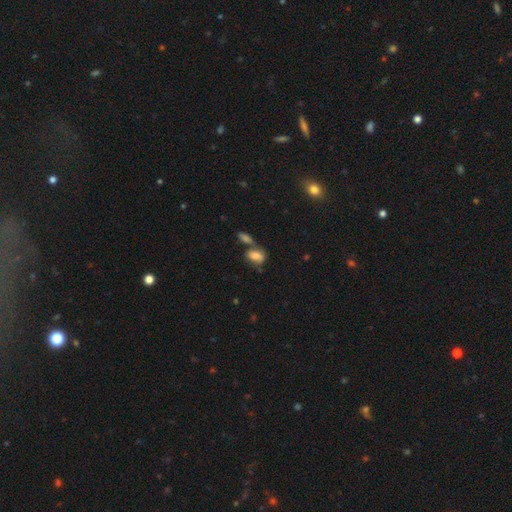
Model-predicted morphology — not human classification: type=smooth (76%); roundness=in between (85%); merging=none (41%).